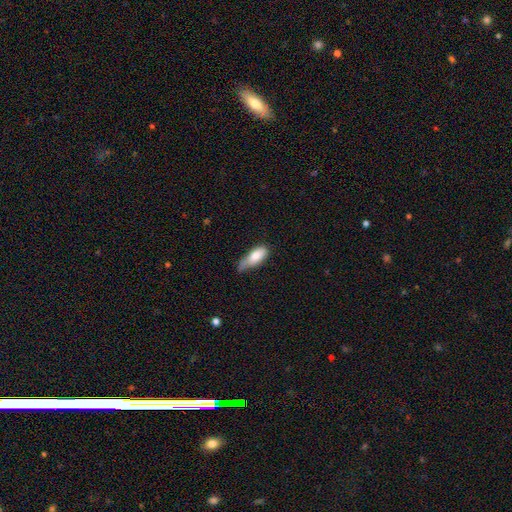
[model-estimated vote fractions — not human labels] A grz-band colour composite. It shows a smooth galaxy with no disk features (78%) that is in between round and cigar-shaped (78%). Merging: minor disturbance (45%).